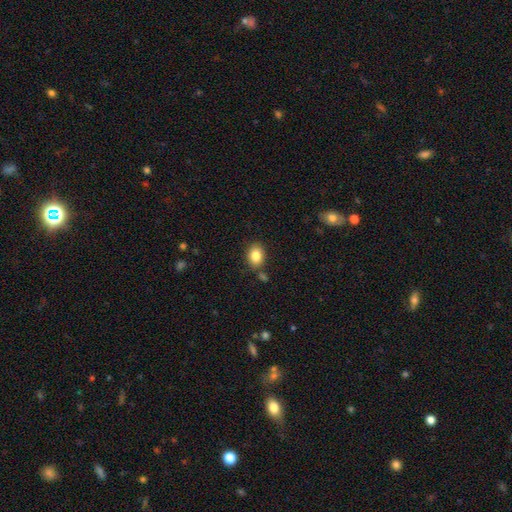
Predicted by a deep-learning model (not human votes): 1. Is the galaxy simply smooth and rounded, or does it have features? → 84% smooth, 9% star or artifact, 7% featured or disk.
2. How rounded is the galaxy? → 62% in between, 37% round, 1% cigar-shaped.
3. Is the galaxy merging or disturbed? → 80% none, 11% minor disturbance, 6% merger, 3% major disturbance.